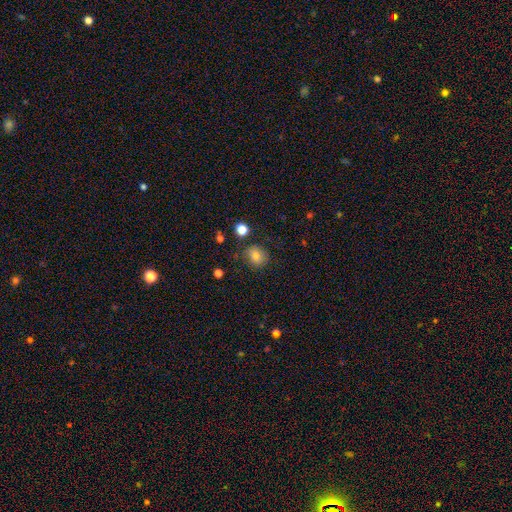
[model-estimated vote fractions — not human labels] This is likely a smooth galaxy (80%). How rounded: likely round (68%). Merging: likely none (77%).